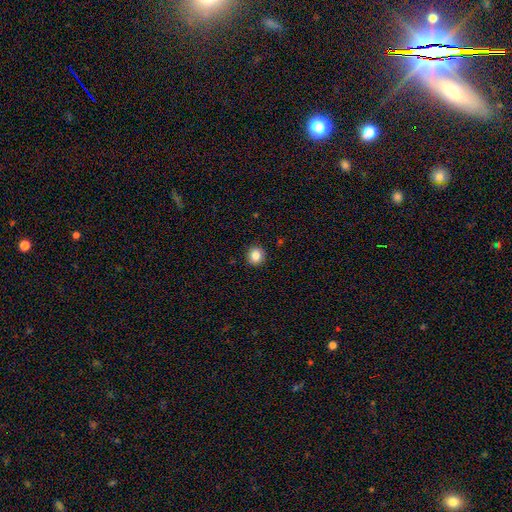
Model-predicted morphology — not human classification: A smooth galaxy with no disk features (85%) that is round (90%). Merging: none (92%).